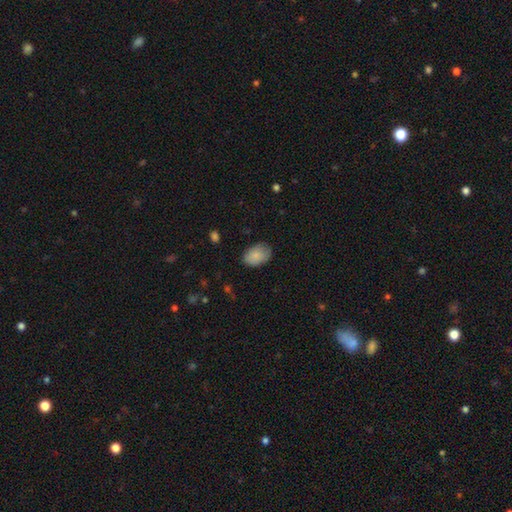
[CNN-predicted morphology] type=smooth (83%); roundness=in between (85%); merging=none (74%).